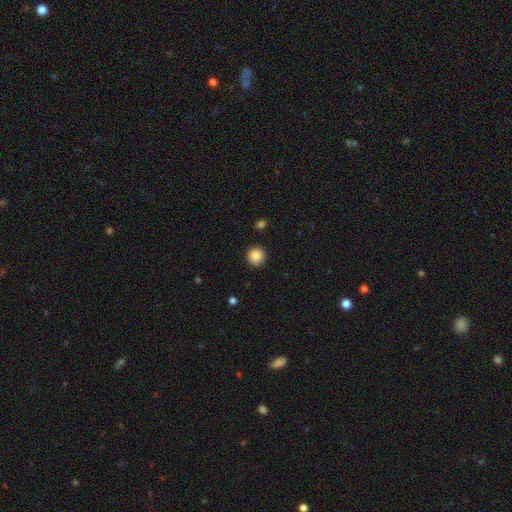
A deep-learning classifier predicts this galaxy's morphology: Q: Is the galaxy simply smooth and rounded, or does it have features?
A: smooth — 87%.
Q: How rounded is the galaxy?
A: round — 93%.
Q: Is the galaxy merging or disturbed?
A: none — 91%.